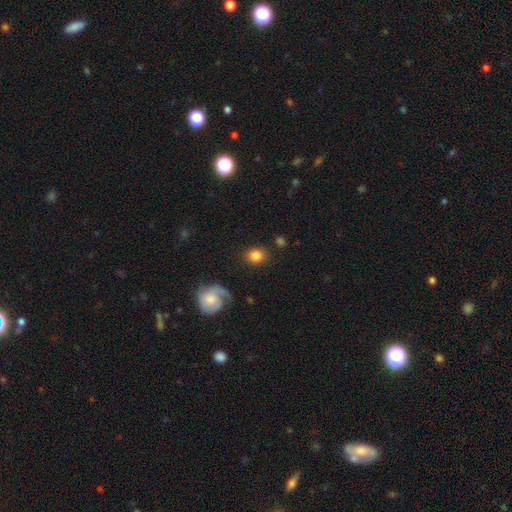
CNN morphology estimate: Smooth or featured: smooth — 82% (featured or disk — 10%)
How rounded: round — 76% (in between — 23%)
Merging: none — 83% (minor disturbance — 9%)